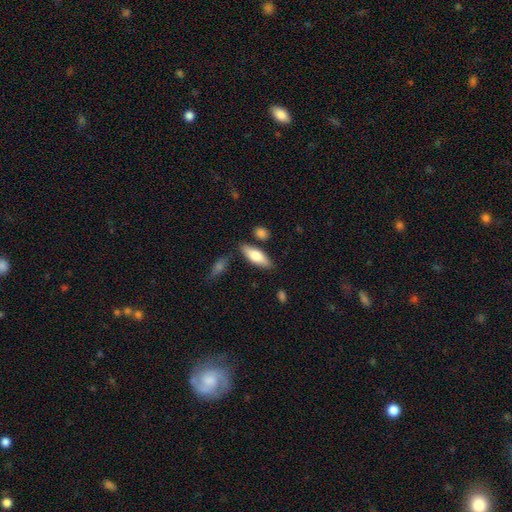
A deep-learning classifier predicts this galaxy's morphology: smooth 72%, featured or disk 22%, star or artifact 6%. Down the decision tree: how rounded — in between (64%); merging — none (79%).